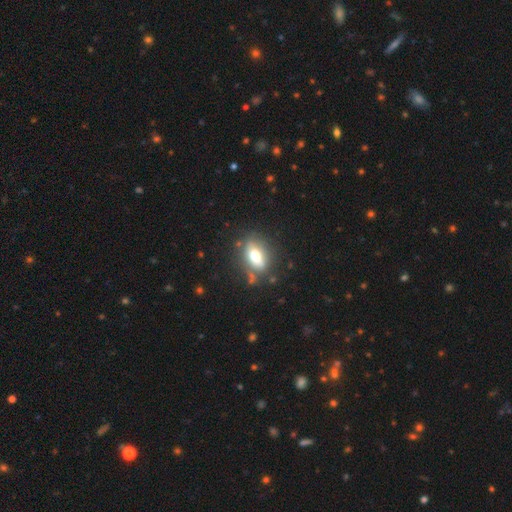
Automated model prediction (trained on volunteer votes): smooth 66%, featured or disk 25%, star or artifact 9%. Down the decision tree: how rounded — in between (80%); merging — none (72%).